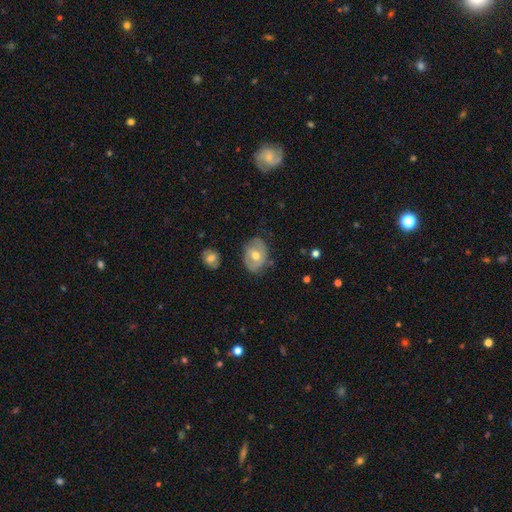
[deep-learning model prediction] Smooth or featured: smooth — 48% (featured or disk — 44%)
Merging: none — 71% (minor disturbance — 21%)